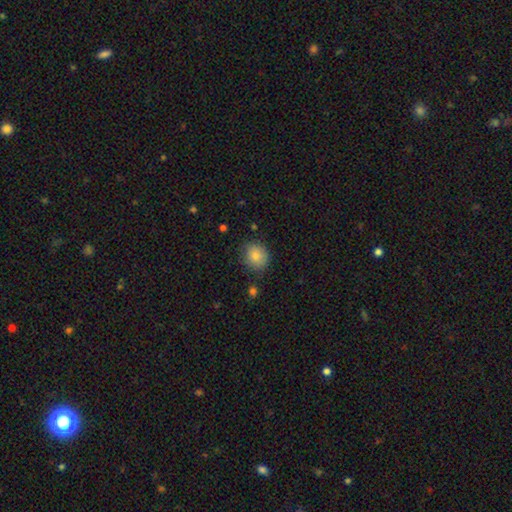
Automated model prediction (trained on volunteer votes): Smooth or featured: smooth — 83% (star or artifact — 9%)
How rounded: round — 80% (in between — 19%)
Merging: none — 79% (minor disturbance — 15%)